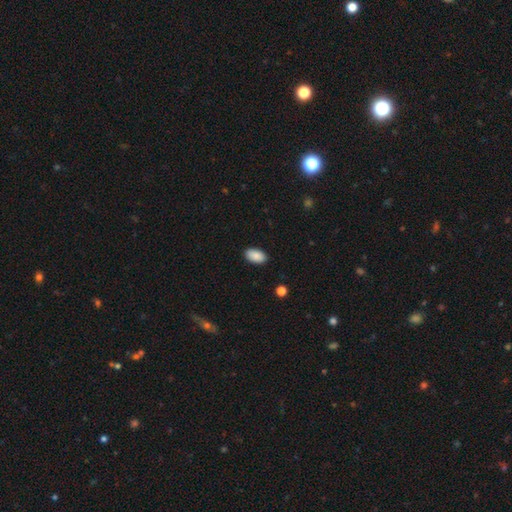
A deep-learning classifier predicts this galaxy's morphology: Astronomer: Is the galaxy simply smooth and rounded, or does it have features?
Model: smooth — 89%.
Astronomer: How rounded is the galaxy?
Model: in between — 95%.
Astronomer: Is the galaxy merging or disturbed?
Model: none — 89%.